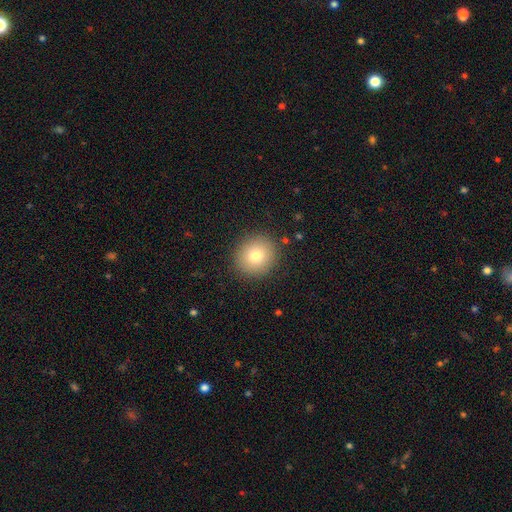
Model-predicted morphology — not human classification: A smooth galaxy with no disk features (78%) that is round (88%).

Vote fractions:
- Smooth or featured? smooth: 78% / featured or disk: 11% / star or artifact: 11%
- How rounded? round: 88% / in between: 11% / cigar-shaped: 1%
- Merging? none: 90% / minor disturbance: 7% / major disturbance: 2% / merger: 1%